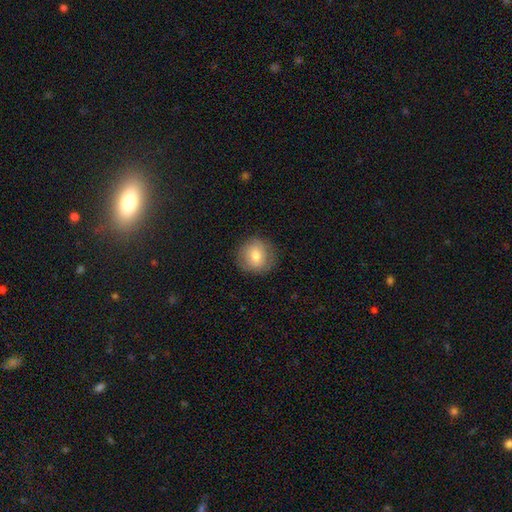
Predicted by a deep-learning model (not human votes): Q: Smooth or featured?
A: smooth (73%); runner-up: featured or disk (17%)
Q: How rounded?
A: round (90%); runner-up: in between (9%)
Q: Merging?
A: none (86%); runner-up: minor disturbance (10%)